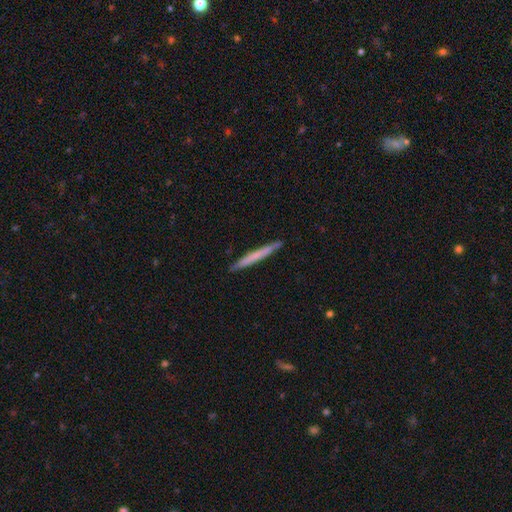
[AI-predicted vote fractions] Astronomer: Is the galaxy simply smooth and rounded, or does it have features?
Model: smooth — 61%.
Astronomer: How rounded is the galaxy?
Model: cigar-shaped — 97%.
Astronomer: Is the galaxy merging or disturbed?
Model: none — 91%.